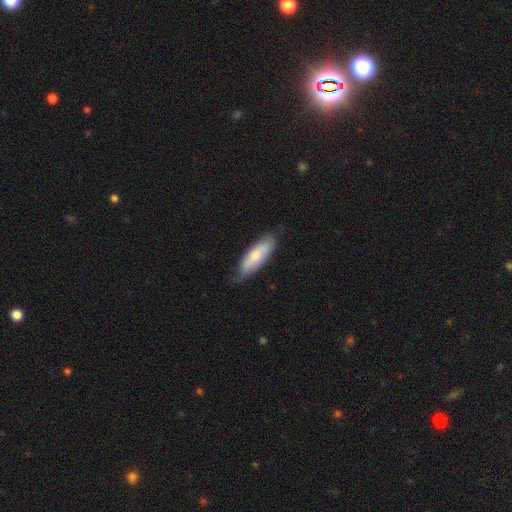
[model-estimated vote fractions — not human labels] Morphology: type=smooth (71%); roundness=in between (59%); merging=none (72%).